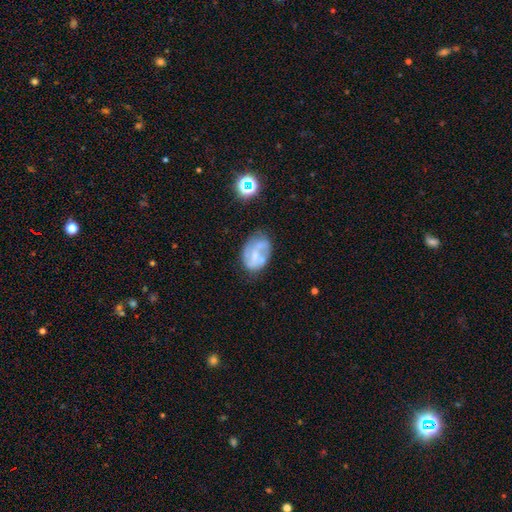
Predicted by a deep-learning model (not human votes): Morphology: type=featured or disk (63%); edge-on=no (98%); bar=no (62%); spiral arms=yes (61%); bulge=small (42%); merging=none (47%).